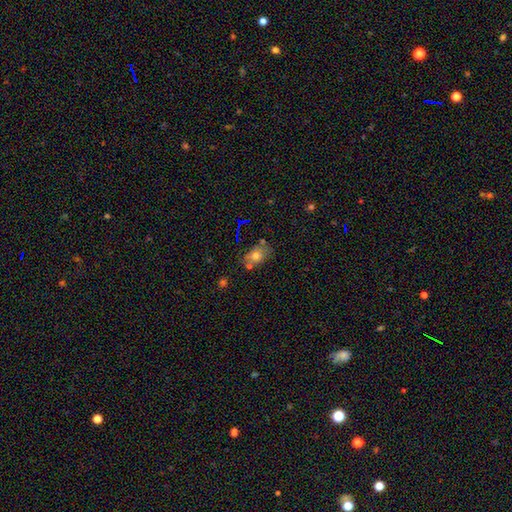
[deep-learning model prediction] Smooth or featured? Predicted: smooth (p=0.71). How rounded? Predicted: in between (p=0.73). Merging? Predicted: none (p=0.63).